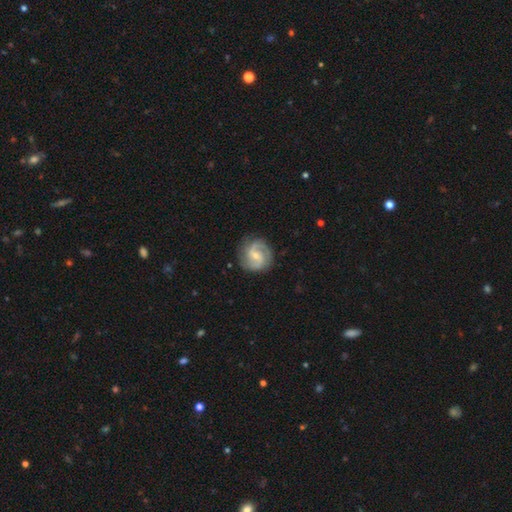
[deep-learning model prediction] Smooth or featured? featured or disk (85%)
Edge-on disk? no (98%)
Bar? weak (48%)
Spiral arms? yes (97%)
Spiral winding? medium (52%)
Spiral arm count? 2 (77%)
Bulge size? small (61%)
Merging? none (81%)